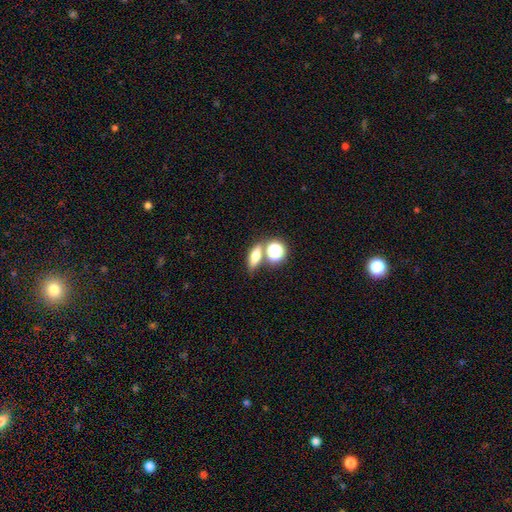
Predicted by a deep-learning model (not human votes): Smooth or featured? Predicted: smooth (p=0.69). How rounded? Predicted: in between (p=0.58). Merging? Predicted: none (p=0.63).